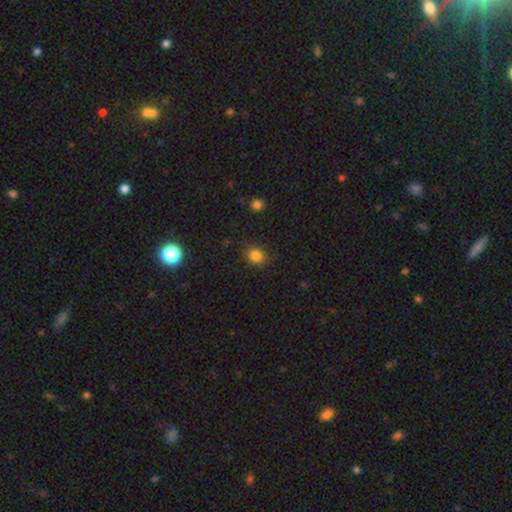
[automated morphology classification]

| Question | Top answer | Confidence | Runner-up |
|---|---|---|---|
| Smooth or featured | smooth | 83% | star or artifact (13%) |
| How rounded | round | 71% | in between (28%) |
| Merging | none | 84% | minor disturbance (11%) |